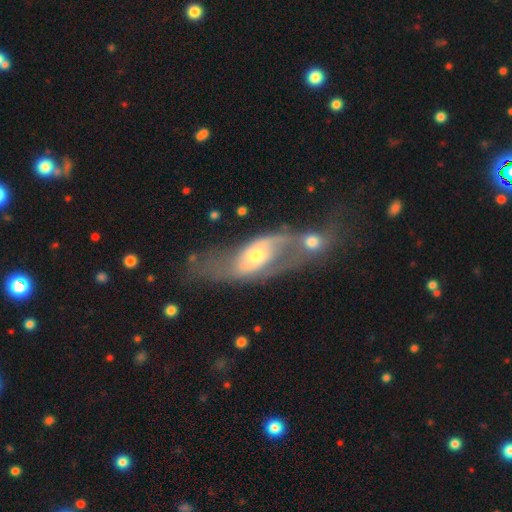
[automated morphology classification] Overall: featured or disk (76%). Edge-on disk: no (91%). Bar: no (49%; weak 36%). Spiral arms: yes (83%). Spiral arm count: 2 (78%). Spiral winding: loose (47%; medium 38%). Bulge size: moderate (63%; small 26%). Merging: merger (49%; none 23%).